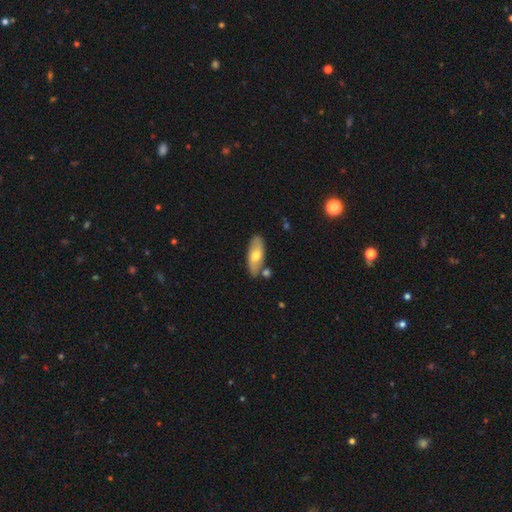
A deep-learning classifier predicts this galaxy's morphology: smooth-or-featured: smooth: 59% | featured or disk: 36% | star or artifact: 6%
  how-rounded: in between: 78% | cigar-shaped: 19% | round: 3%
  merging: none: 75% | minor disturbance: 14% | merger: 9% | major disturbance: 3%